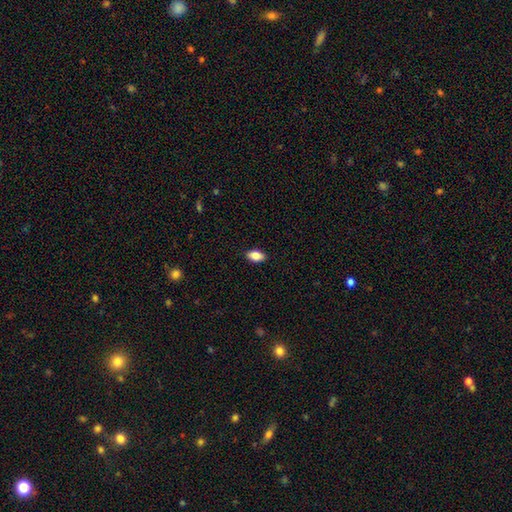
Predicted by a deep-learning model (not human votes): A smooth galaxy with no disk features (86%) that is in between round and cigar-shaped (92%).

Vote fractions:
- Smooth or featured? smooth: 86% / star or artifact: 8% / featured or disk: 7%
- How rounded? in between: 92% / round: 6% / cigar-shaped: 3%
- Merging? none: 89% / minor disturbance: 8% / major disturbance: 2% / merger: 1%